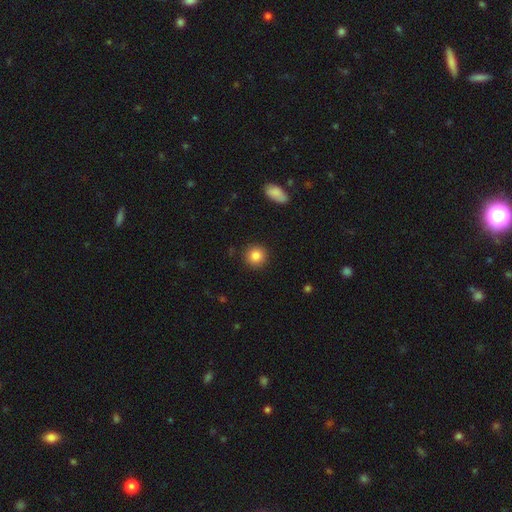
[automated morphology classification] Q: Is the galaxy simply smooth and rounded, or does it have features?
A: smooth — 85%.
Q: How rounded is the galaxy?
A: round — 93%.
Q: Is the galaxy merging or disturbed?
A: none — 91%.